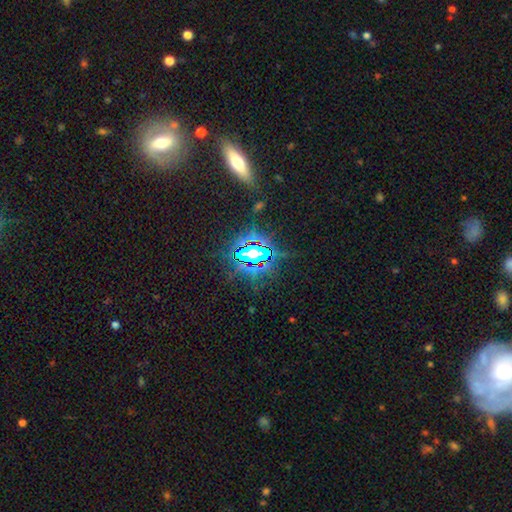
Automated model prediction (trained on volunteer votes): smooth-or-featured: star or artifact: 75% | smooth: 13% | featured or disk: 12%